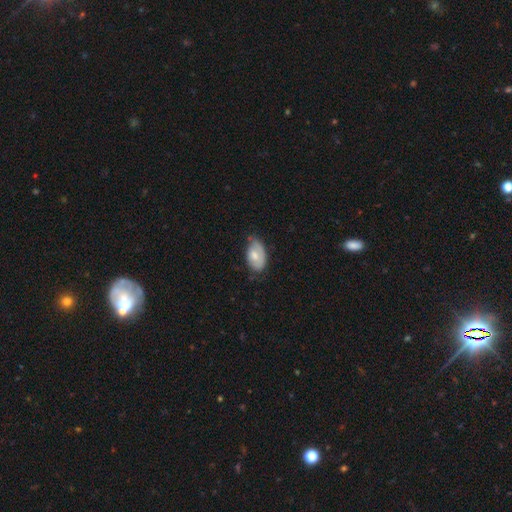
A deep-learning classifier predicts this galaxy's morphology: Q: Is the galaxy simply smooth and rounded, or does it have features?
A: smooth — 61%.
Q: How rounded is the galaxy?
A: in between — 92%.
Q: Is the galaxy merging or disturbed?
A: none — 52%.